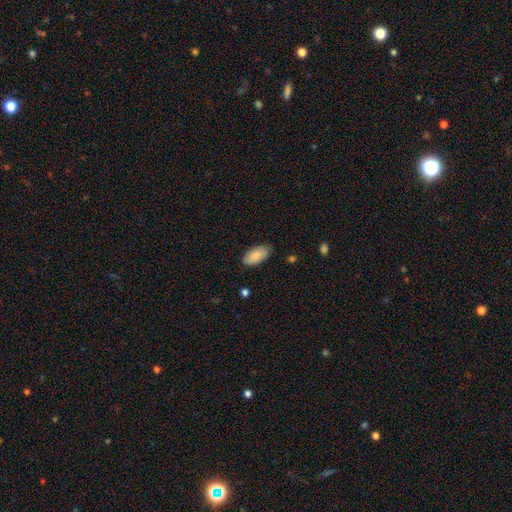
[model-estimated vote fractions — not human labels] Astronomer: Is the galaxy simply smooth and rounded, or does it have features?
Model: smooth — 86%.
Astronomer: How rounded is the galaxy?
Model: in between — 93%.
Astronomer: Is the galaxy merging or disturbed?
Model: none — 83%.